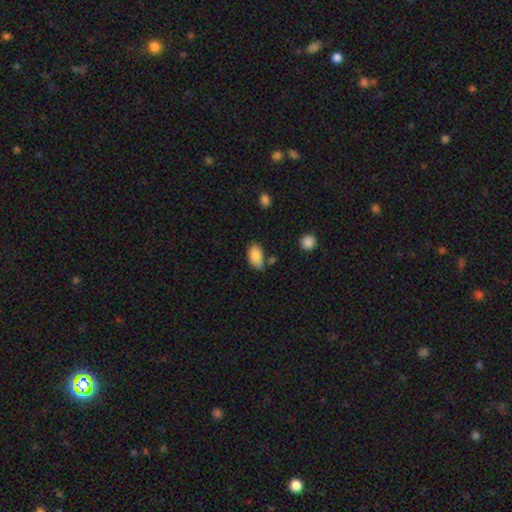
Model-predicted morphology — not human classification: This appears to be a smooth galaxy with no disk features (85%) that is in between round and cigar-shaped (92%). Merging: none (53%).